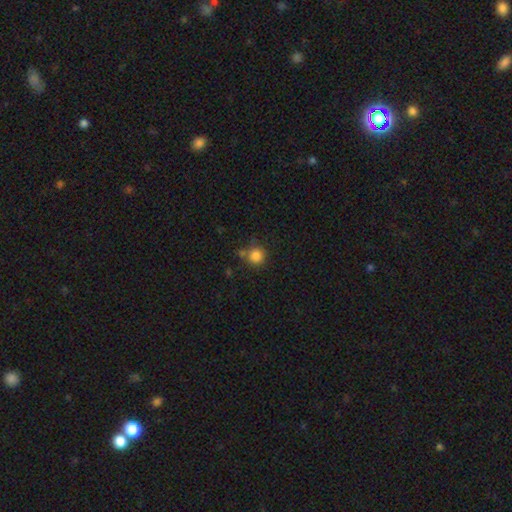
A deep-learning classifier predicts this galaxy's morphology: A smooth galaxy with no disk features (85%) that is round (93%). Merging: none (71%).